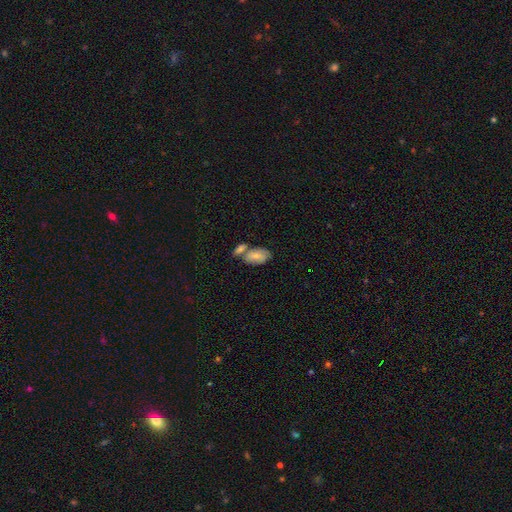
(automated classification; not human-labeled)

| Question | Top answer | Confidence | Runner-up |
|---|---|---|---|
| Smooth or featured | smooth | 67% | featured or disk (26%) |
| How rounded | in between | 91% | round (6%) |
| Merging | merger | 48% | none (34%) |